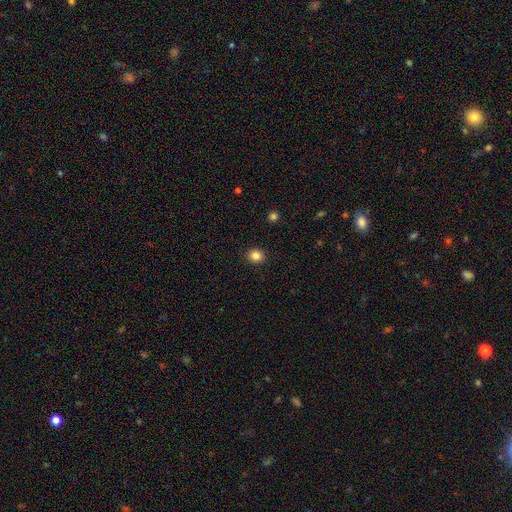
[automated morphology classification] Smooth or featured? Predicted: smooth (p=0.85). How rounded? Predicted: round (p=0.80). Merging? Predicted: none (p=0.92).